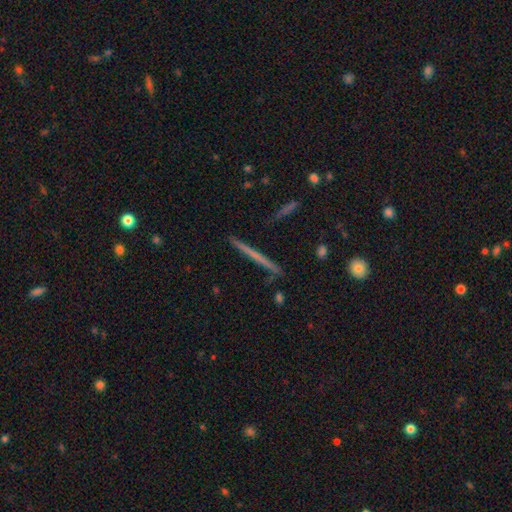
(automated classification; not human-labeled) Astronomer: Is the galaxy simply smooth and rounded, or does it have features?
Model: featured or disk — 57% (runner-up: smooth, 36%).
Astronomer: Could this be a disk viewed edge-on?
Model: yes — 97%.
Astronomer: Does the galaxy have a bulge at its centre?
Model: none — 86%.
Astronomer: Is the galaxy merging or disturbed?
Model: none — 90%.